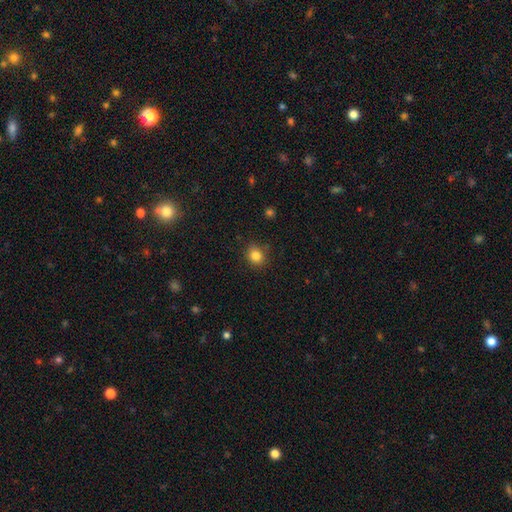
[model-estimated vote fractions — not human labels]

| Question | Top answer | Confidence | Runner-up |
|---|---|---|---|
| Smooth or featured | smooth | 83% | star or artifact (12%) |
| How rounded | round | 70% | in between (29%) |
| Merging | none | 85% | minor disturbance (10%) |